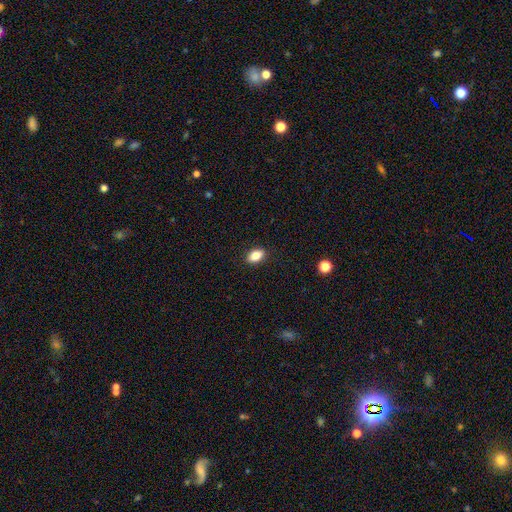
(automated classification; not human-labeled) This is clearly a smooth galaxy (86%). How rounded: clearly in between (89%). Merging: clearly none (90%).